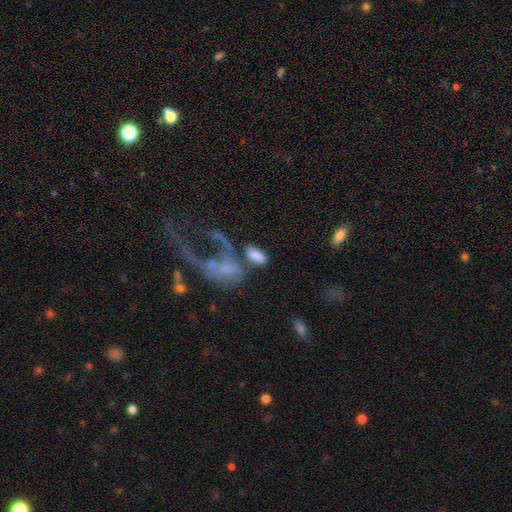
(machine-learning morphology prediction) type=smooth (78%); roundness=in between (91%); merging=none (38%).